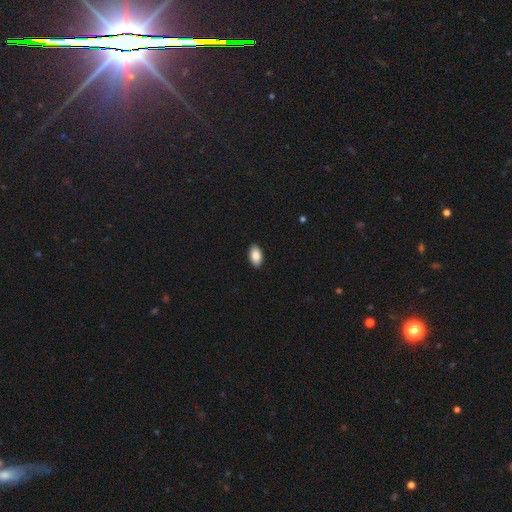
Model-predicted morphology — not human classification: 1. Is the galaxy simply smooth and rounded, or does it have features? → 88% smooth, 7% star or artifact, 5% featured or disk.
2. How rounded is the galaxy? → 94% in between, 4% round, 2% cigar-shaped.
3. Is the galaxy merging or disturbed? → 90% none, 7% minor disturbance, 2% major disturbance, 1% merger.